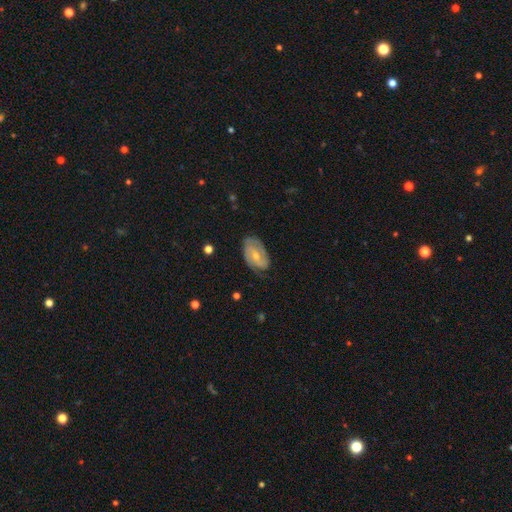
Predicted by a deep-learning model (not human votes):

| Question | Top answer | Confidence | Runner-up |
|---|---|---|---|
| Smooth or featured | featured or disk | 75% | smooth (20%) |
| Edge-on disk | no | 96% | yes (4%) |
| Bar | weak | 45% | no (38%) |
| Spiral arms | yes | 90% | no (10%) |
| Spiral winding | tight | 47% | medium (40%) |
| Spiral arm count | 2 | 73% | can't tell (15%) |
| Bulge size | small | 50% | moderate (46%) |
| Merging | none | 70% | minor disturbance (22%) |